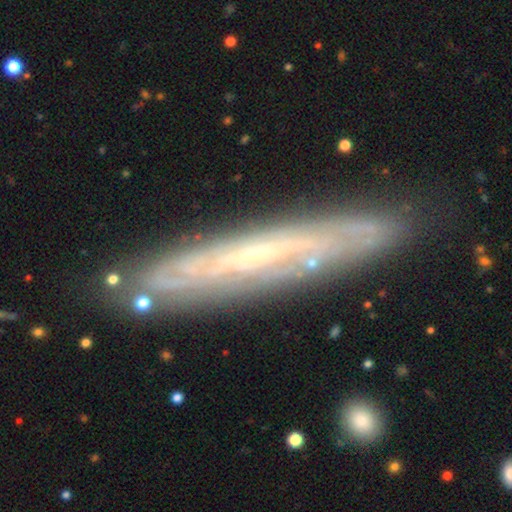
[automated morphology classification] A featured or disk galaxy (71%) viewed edge-on (64%).

Vote fractions:
- Smooth or featured? featured or disk: 71% / smooth: 21% / star or artifact: 8%
- Edge-on disk? yes: 64% / no: 36%
- Merging? none: 82% / minor disturbance: 13% / major disturbance: 3% / merger: 2%